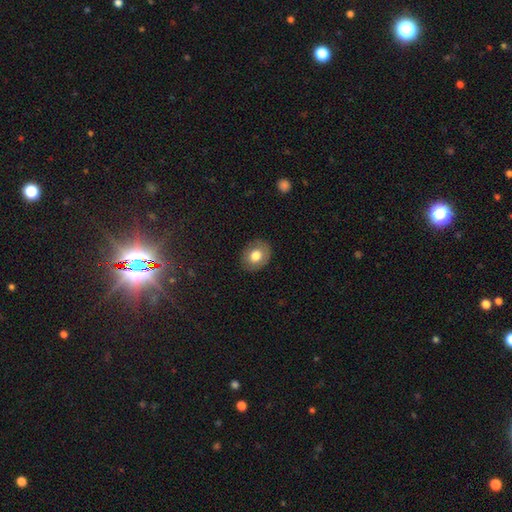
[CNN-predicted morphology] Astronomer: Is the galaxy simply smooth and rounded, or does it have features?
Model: smooth — 73%.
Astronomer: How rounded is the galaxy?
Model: in between — 51% (runner-up: round, 49%).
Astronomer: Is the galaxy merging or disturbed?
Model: none — 84%.